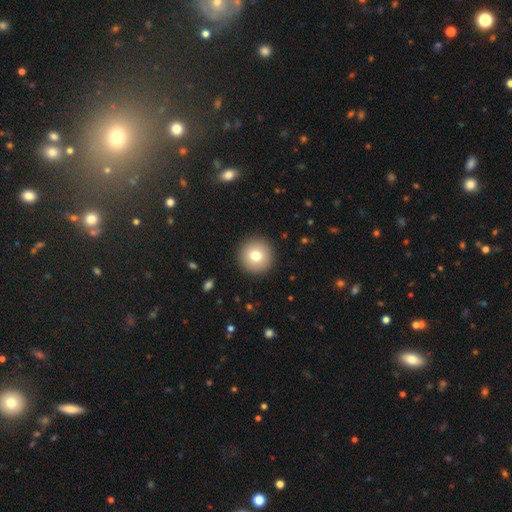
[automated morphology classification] smooth_or_featured: smooth (p=0.75) [alt: featured or disk p=0.14]
how_rounded: round (p=0.96) [alt: in between p=0.03]
merging: none (p=0.93) [alt: minor disturbance p=0.04]